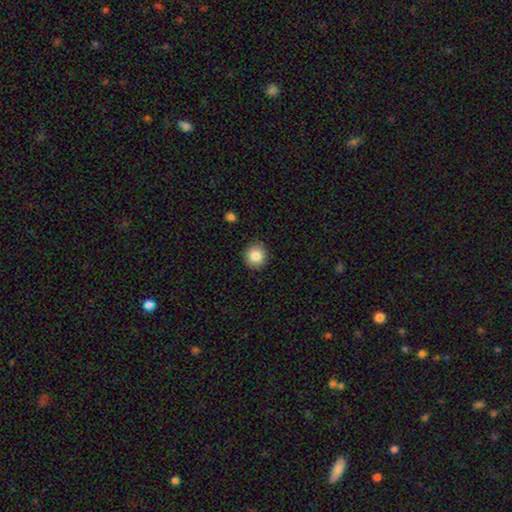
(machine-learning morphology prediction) Smooth or featured? smooth (85%)
How rounded? round (89%)
Merging? none (90%)